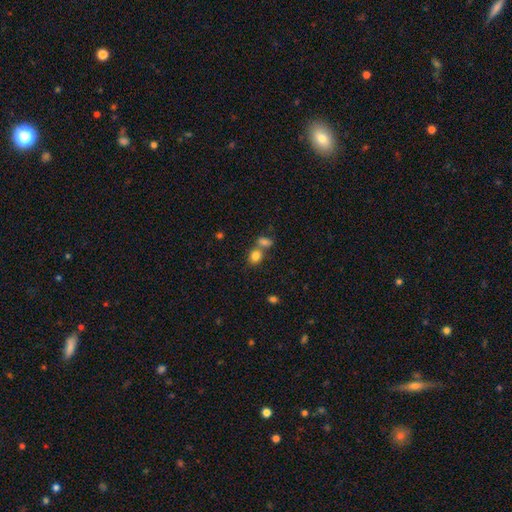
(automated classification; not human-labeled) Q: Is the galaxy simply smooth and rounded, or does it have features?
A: smooth — 81%.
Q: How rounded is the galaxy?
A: round — 60%.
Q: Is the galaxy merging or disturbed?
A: none — 46%.